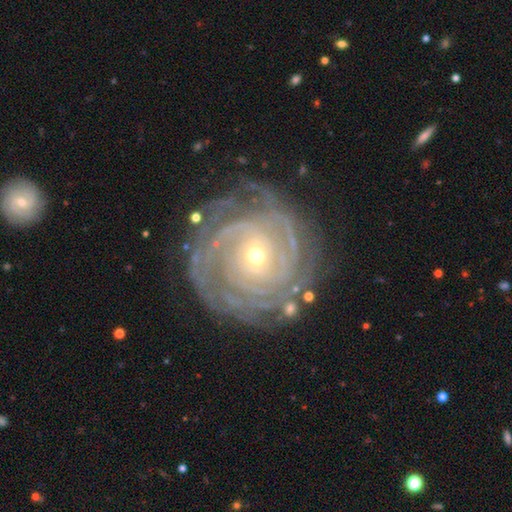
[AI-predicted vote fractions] A featured or disk galaxy (90%) with no bar (67%), tight (84%) spiral arms (97%) and a small central bulge (65%). Merging: none (78%).